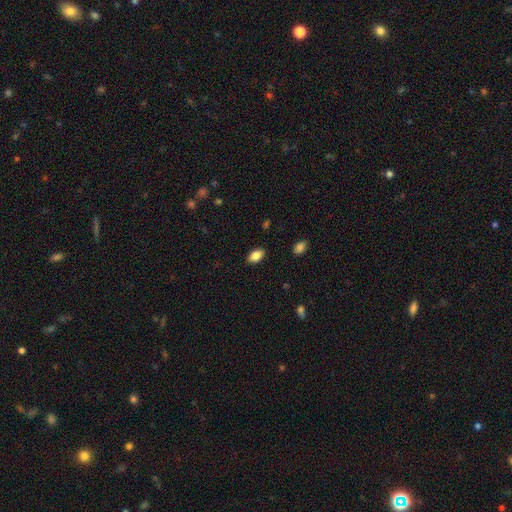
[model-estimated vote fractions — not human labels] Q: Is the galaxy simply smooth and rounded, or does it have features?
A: smooth — 85%.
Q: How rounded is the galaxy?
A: in between — 91%.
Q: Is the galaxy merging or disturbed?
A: none — 88%.